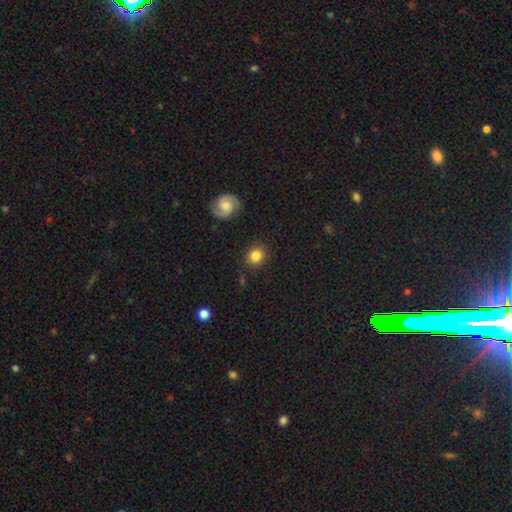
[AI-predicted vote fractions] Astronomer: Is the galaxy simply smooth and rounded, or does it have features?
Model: smooth — 83%.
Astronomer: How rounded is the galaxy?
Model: round — 82%.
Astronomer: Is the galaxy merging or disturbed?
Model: none — 85%.